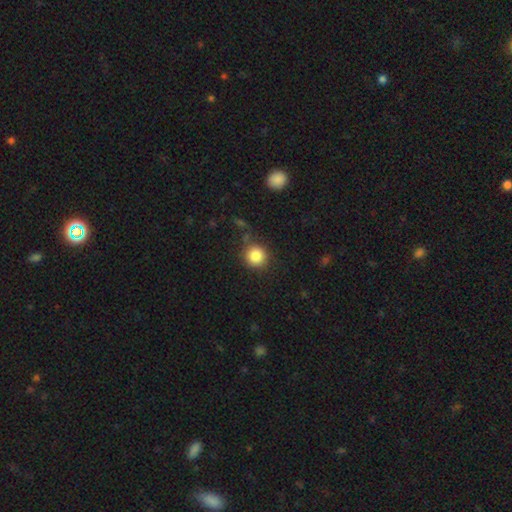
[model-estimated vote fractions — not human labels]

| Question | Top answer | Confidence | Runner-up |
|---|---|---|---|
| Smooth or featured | smooth | 85% | star or artifact (10%) |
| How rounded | round | 93% | in between (6%) |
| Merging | none | 79% | minor disturbance (12%) |